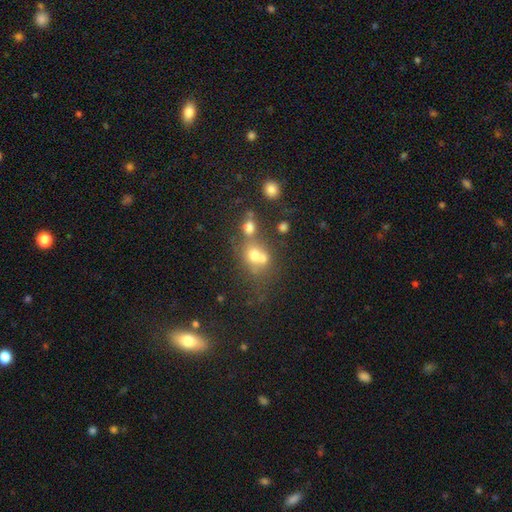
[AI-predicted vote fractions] This is likely a smooth galaxy (63%). How rounded: likely round (68%). Merging: possibly merger (53%).